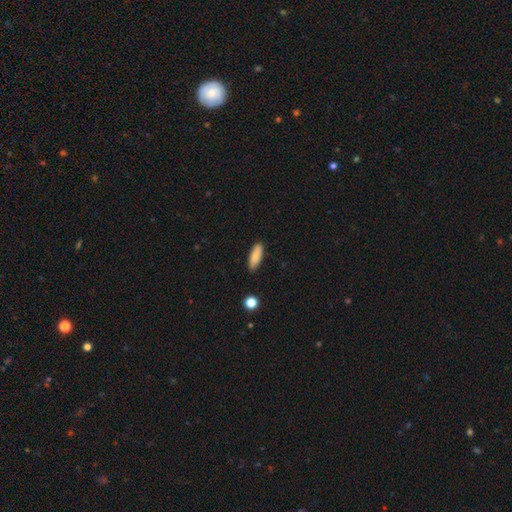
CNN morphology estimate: This is clearly a smooth galaxy (87%). How rounded: likely in between (60%). Merging: clearly none (87%).